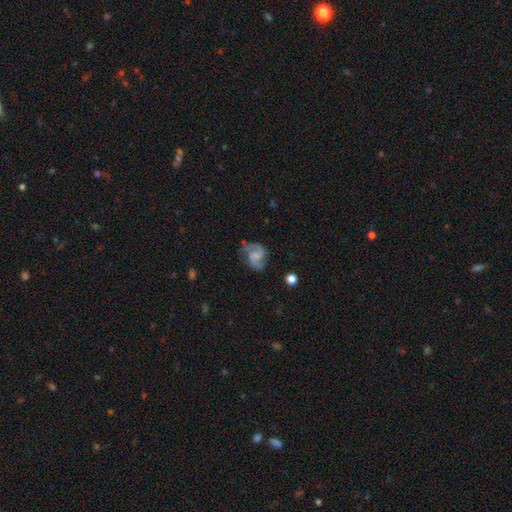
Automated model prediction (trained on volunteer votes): smooth_or_featured: featured or disk (p=0.85) [alt: smooth p=0.09]
disk_edge_on: no (p=0.98) [alt: yes p=0.02]
bar: no (p=0.48) [alt: weak p=0.43]
has_spiral_arms: yes (p=0.97) [alt: no p=0.03]
spiral_winding: medium (p=0.56) [alt: loose p=0.25]
spiral_arm_count: 2 (p=0.90) [alt: 3 p=0.03]
bulge_size: none (p=0.43) [alt: small p=0.35]
merging: none (p=0.73) [alt: minor disturbance p=0.17]